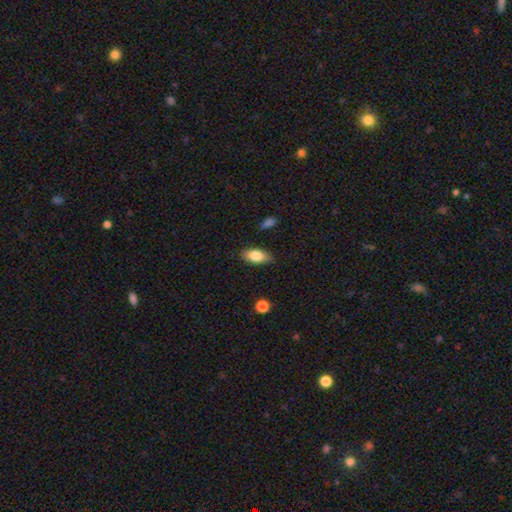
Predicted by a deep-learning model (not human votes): This appears to be a smooth galaxy with no disk features (82%) that is in between round and cigar-shaped (88%). Merging: none (83%).